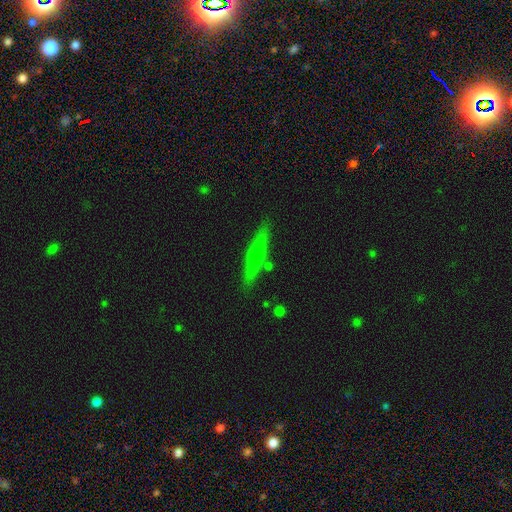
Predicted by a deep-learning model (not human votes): This appears to be a featured or disk galaxy (48%). Merging: none (85%).